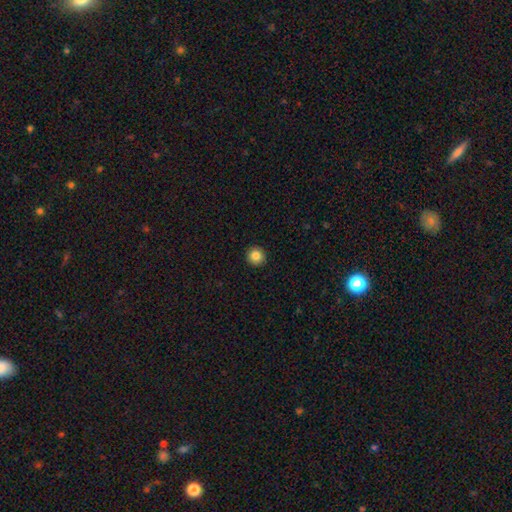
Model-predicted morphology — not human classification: Smooth or featured? Predicted: smooth (p=0.85). How rounded? Predicted: round (p=0.95). Merging? Predicted: none (p=0.93).